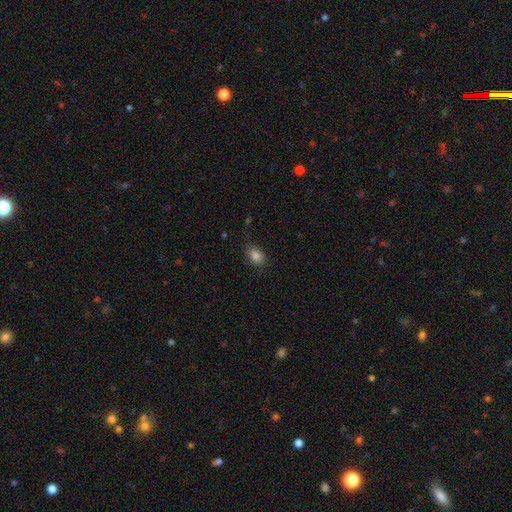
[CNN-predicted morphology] The model was most divided on "how rounded": in between: 73%, round: 26%, cigar-shaped: 1%. More confident: smooth or featured — smooth (85%); merging — none (80%).